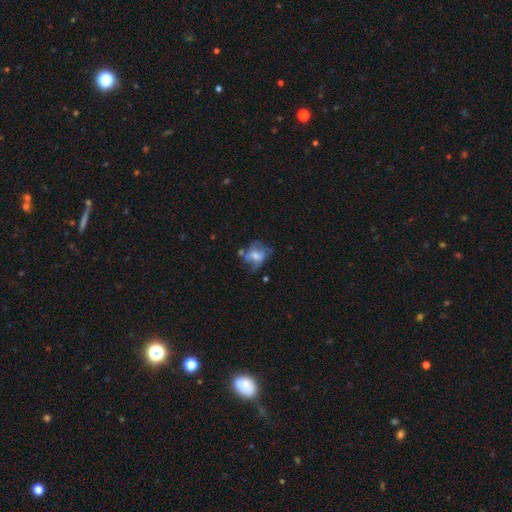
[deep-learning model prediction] Morphology: type=featured or disk (47%); merging=none (37%).